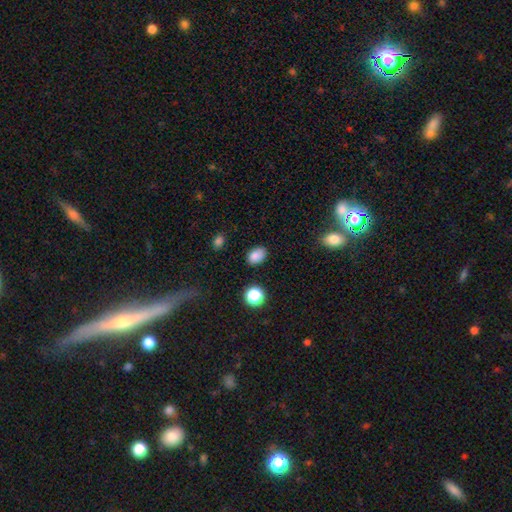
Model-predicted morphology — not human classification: A smooth galaxy with no disk features (84%) that is in between round and cigar-shaped (80%). Merging: none (83%).